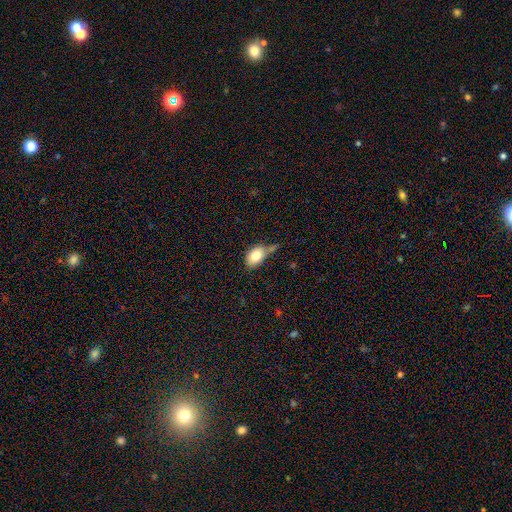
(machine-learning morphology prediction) smooth-or-featured: smooth: 82% | featured or disk: 10% | star or artifact: 8%
  how-rounded: in between: 86% | round: 13% | cigar-shaped: 2%
  merging: none: 47% | minor disturbance: 29% | merger: 15% | major disturbance: 10%